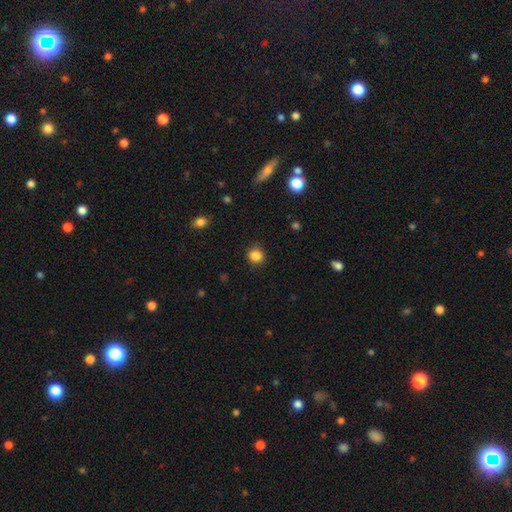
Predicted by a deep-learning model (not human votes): The model was most divided on "smooth or featured": smooth: 85%, star or artifact: 11%, featured or disk: 4%. More confident: how rounded — round (89%); merging — none (88%).